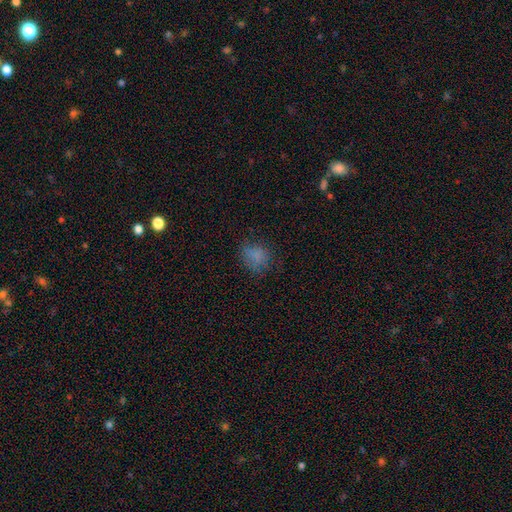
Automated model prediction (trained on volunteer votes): Smooth or featured: smooth — 71% (star or artifact — 17%)
How rounded: round — 61% (in between — 37%)
Merging: none — 65% (minor disturbance — 21%)